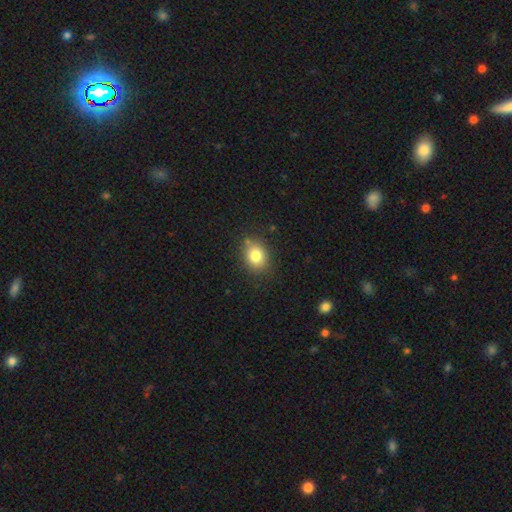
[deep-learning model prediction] Smooth or featured? Predicted: smooth (p=0.81). How rounded? Predicted: in between (p=0.54). Merging? Predicted: none (p=0.79).